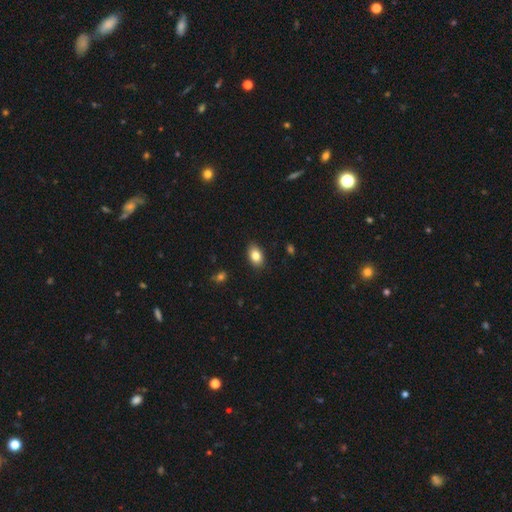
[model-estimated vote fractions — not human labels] Overall: smooth (83%). How rounded: in between (88%). Merging: none (87%).